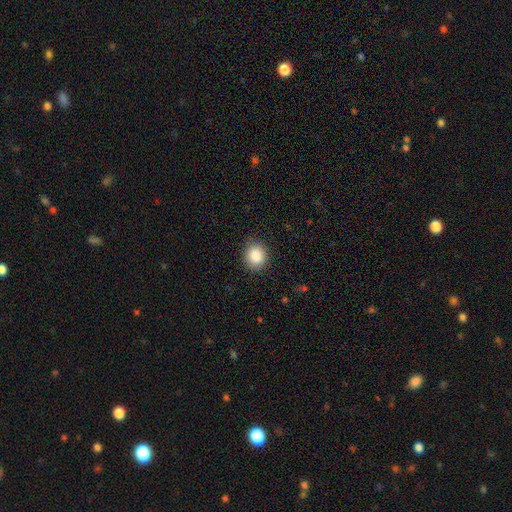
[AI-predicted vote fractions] Smooth or featured? smooth (87%)
How rounded? round (72%)
Merging? none (86%)